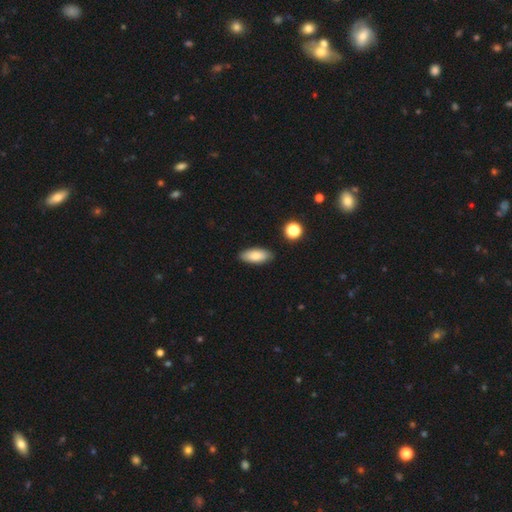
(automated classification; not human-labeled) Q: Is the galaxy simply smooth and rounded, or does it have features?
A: smooth — 83%.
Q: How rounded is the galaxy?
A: in between — 85%.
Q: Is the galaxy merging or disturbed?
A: none — 87%.